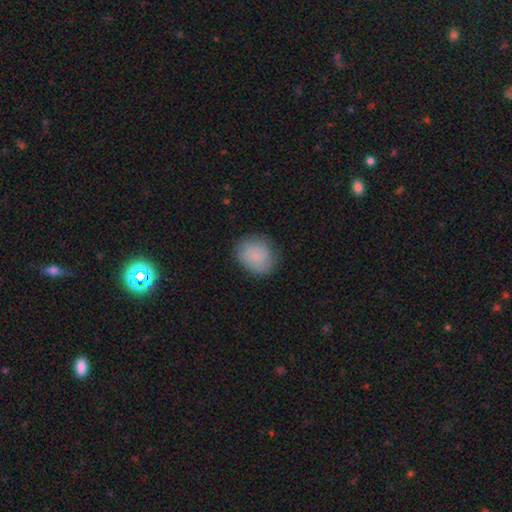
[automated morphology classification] type=smooth (83%); roundness=round (64%); merging=none (78%).